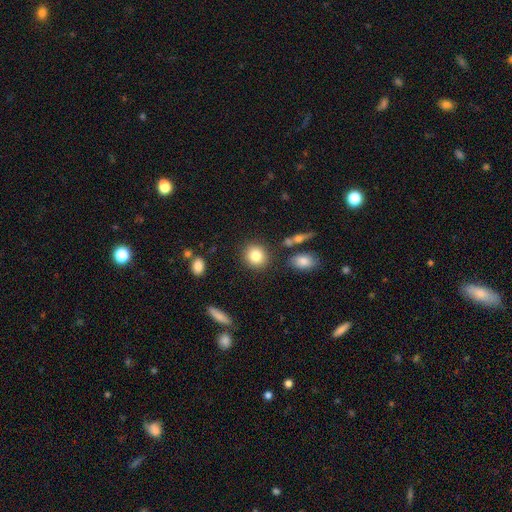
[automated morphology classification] This appears to be a smooth galaxy with no disk features (83%) that is round (83%). Merging: none (85%).